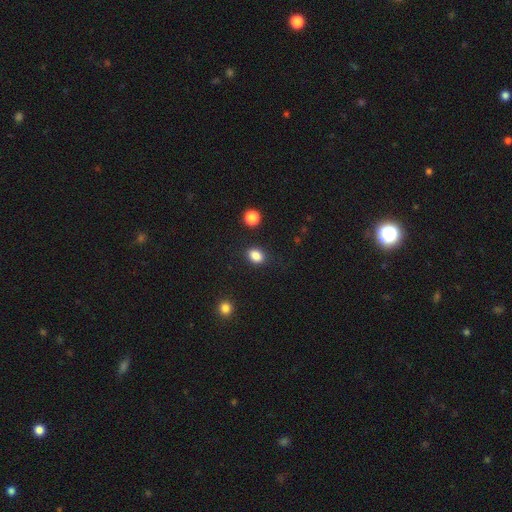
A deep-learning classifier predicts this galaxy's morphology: Smooth or featured?
  - smooth: 86% *
  - star or artifact: 10%
  - featured or disk: 4%
How rounded?
  - in between: 69% *
  - round: 29%
  - cigar-shaped: 1%
Merging?
  - none: 85% *
  - minor disturbance: 10%
  - major disturbance: 3%
  - merger: 2%